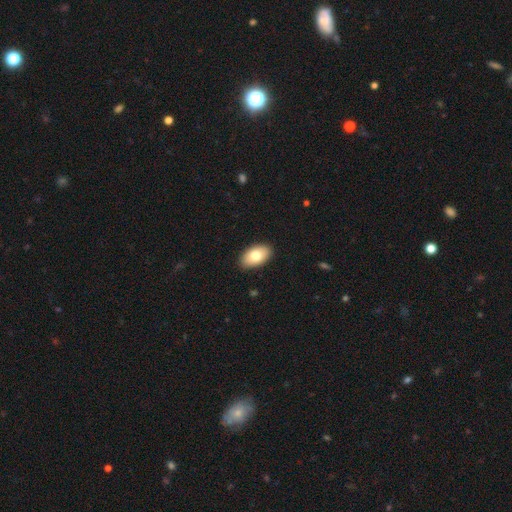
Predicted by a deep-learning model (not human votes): Morphology: type=smooth (77%); roundness=in between (94%); merging=none (89%).